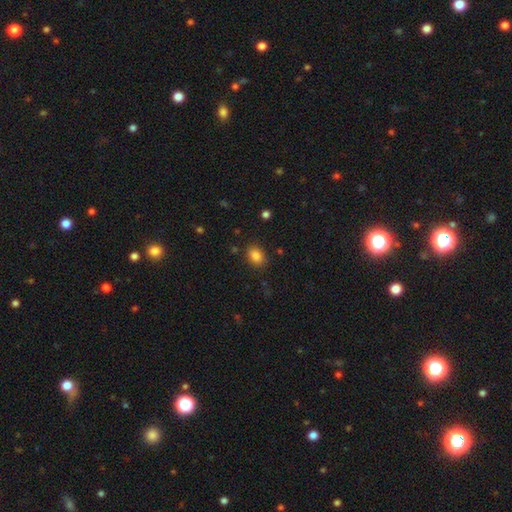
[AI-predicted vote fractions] Smooth or featured? Predicted: smooth (p=0.85). How rounded? Predicted: in between (p=0.74). Merging? Predicted: none (p=0.84).